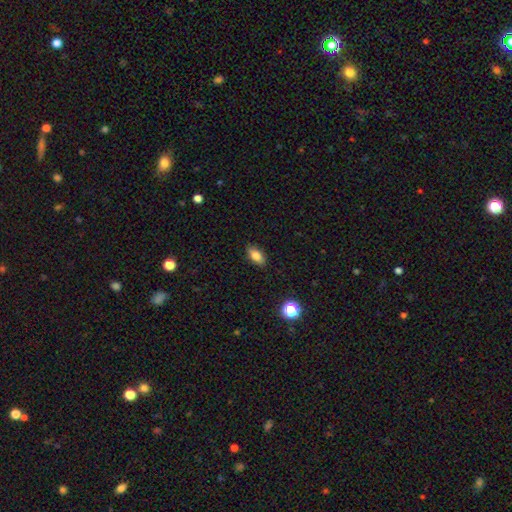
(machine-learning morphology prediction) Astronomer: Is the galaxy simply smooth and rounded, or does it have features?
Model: smooth — 80%.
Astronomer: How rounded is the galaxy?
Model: in between — 87%.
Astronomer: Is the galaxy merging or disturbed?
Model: none — 88%.